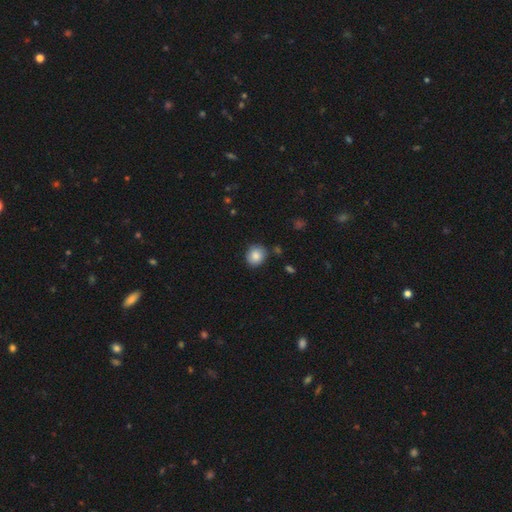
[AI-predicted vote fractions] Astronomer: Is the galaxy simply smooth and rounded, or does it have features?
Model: smooth — 85%.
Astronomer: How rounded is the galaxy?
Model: round — 75%.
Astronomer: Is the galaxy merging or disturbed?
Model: none — 83%.